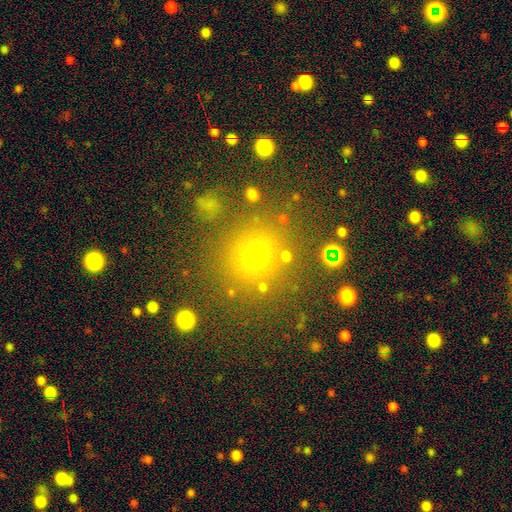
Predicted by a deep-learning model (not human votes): Smooth or featured?
  - smooth: 61% *
  - star or artifact: 30%
  - featured or disk: 9%
How rounded?
  - round: 91% *
  - in between: 8%
  - cigar-shaped: 1%
Merging?
  - none: 84% *
  - minor disturbance: 8%
  - merger: 4%
  - major disturbance: 4%